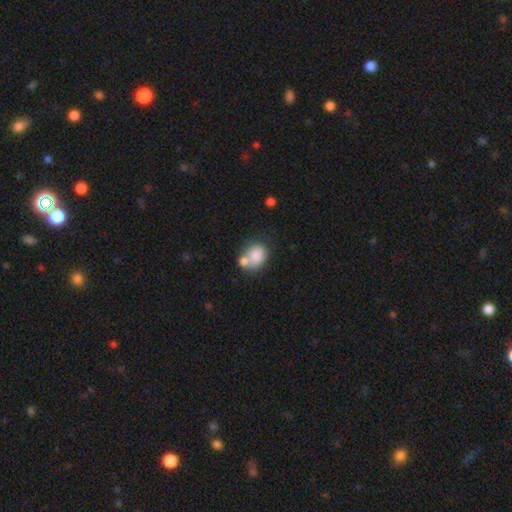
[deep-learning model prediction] Smooth or featured?
  - smooth: 81% *
  - featured or disk: 10%
  - star or artifact: 9%
How rounded?
  - round: 57% *
  - in between: 42%
  - cigar-shaped: 1%
Merging?
  - merger: 41% *
  - none: 39%
  - minor disturbance: 13%
  - major disturbance: 6%